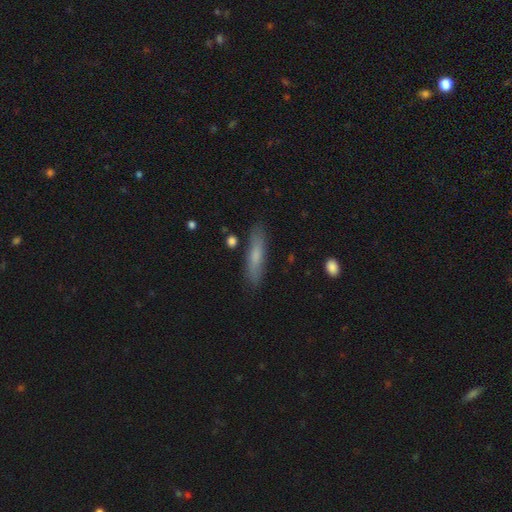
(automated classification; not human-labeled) Smooth or featured? Predicted: smooth (p=0.68). How rounded? Predicted: cigar-shaped (p=0.83). Merging? Predicted: none (p=0.85).